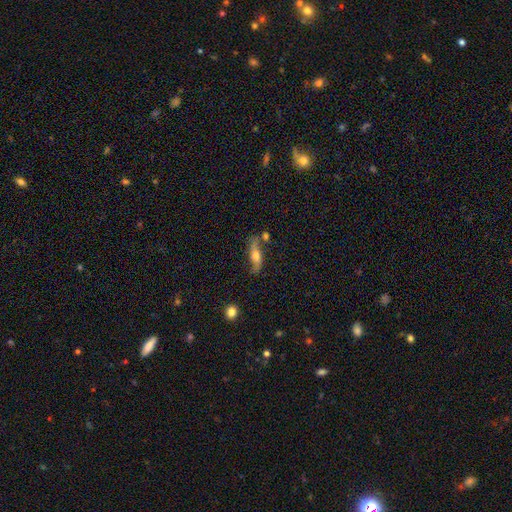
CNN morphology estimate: Q: Smooth or featured?
A: featured or disk (65%); runner-up: smooth (28%)
Q: Edge-on disk?
A: no (64%); runner-up: yes (36%)
Q: Merging?
A: none (61%); runner-up: minor disturbance (20%)